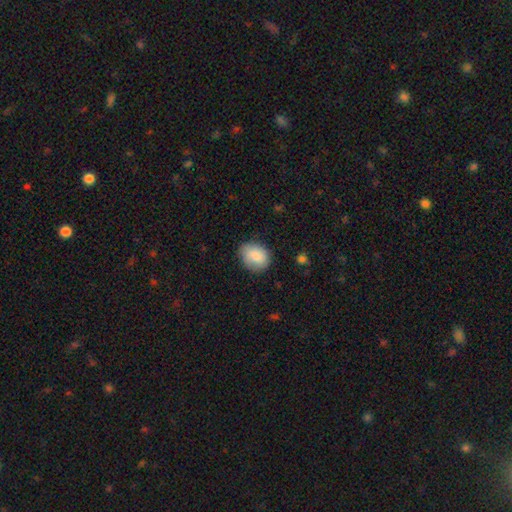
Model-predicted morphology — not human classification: The model was most divided on "how rounded": in between: 57%, round: 42%, cigar-shaped: 1%. More confident: smooth or featured — smooth (85%); merging — none (73%).